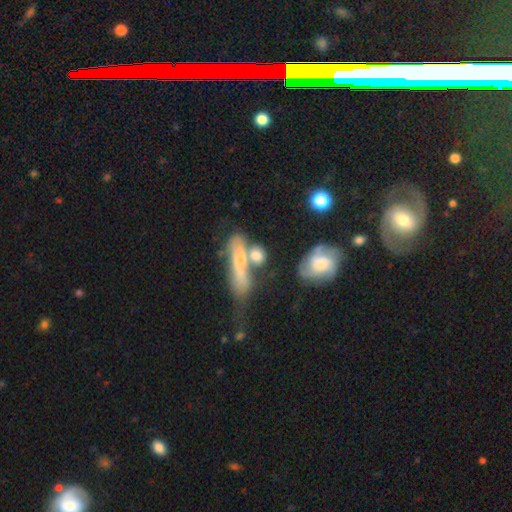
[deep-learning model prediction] This appears to be a smooth galaxy with no disk features (57%) that is in between round and cigar-shaped (52%). Merging: merger (47%).